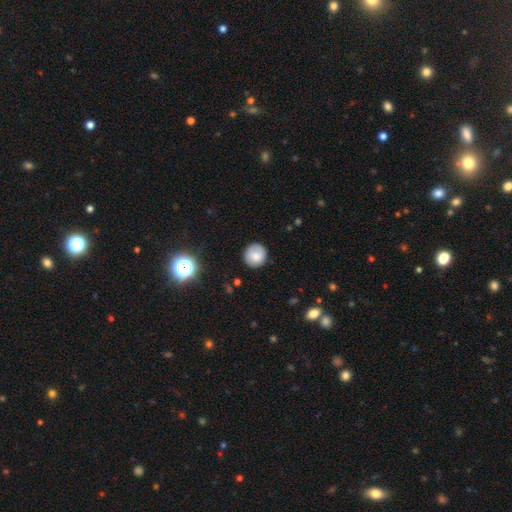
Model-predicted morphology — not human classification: The model was most divided on "smooth or featured": smooth: 80%, featured or disk: 11%, star or artifact: 10%. More confident: how rounded — round (92%); merging — none (86%).